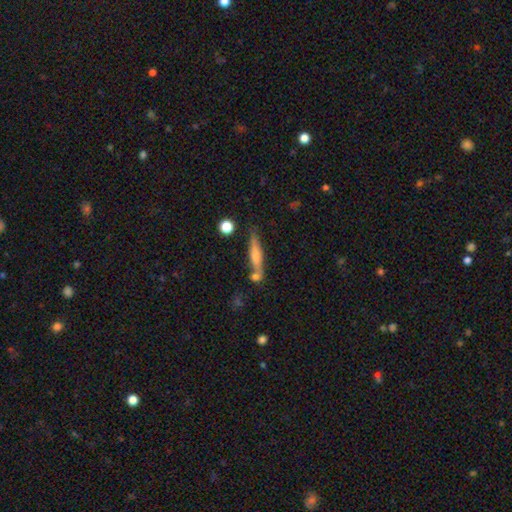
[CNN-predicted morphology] smooth-or-featured: smooth: 59% | featured or disk: 33% | star or artifact: 7%
  how-rounded: cigar-shaped: 85% | in between: 12% | round: 2%
  merging: none: 64% | merger: 17% | minor disturbance: 14% | major disturbance: 4%